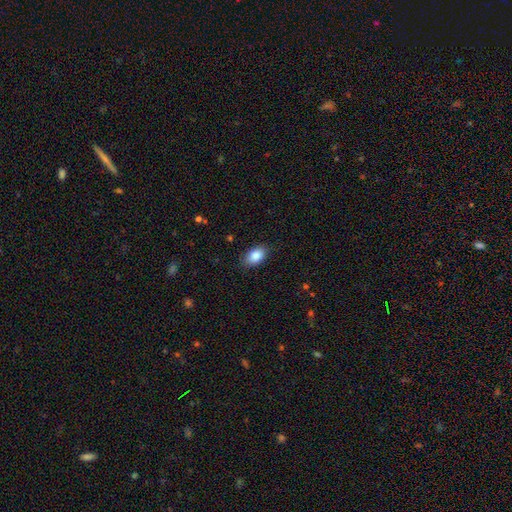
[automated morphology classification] Smooth or featured: smooth — 88% (star or artifact — 7%)
How rounded: in between — 91% (round — 7%)
Merging: none — 84% (minor disturbance — 12%)